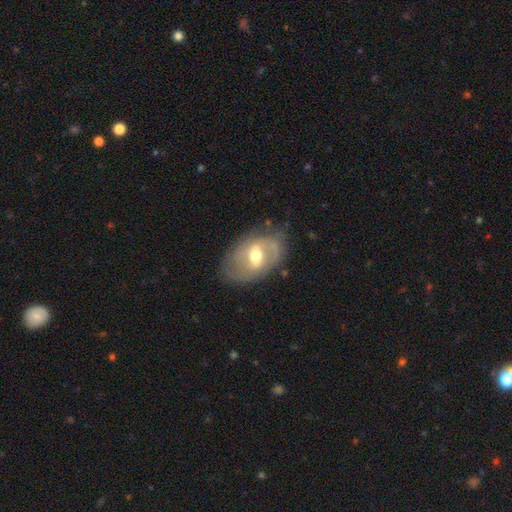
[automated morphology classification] Smooth or featured?
  - featured or disk: 71% *
  - smooth: 23%
  - star or artifact: 6%
Edge-on disk?
  - no: 94% *
  - yes: 6%
Bar?
  - weak: 50% *
  - strong: 32%
  - no: 18%
Spiral arms?
  - yes: 71% *
  - no: 29%
Bulge size?
  - moderate: 71% *
  - small: 17%
  - large: 9%
  - dominant: 1%
  - none: 1%
Merging?
  - none: 69% *
  - minor disturbance: 21%
  - major disturbance: 9%
  - merger: 2%